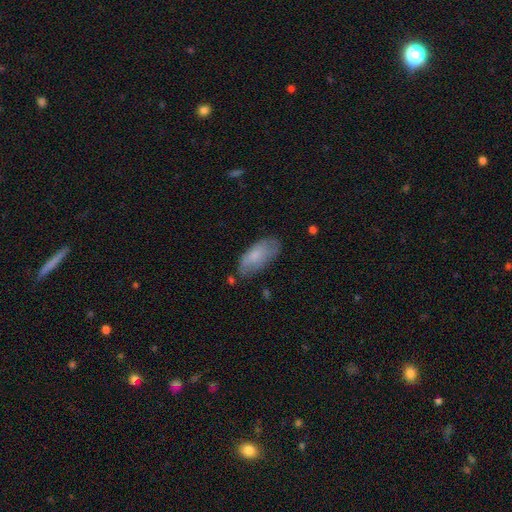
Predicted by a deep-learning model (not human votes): smooth-or-featured: smooth: 75% | featured or disk: 18% | star or artifact: 6%
  how-rounded: in between: 87% | cigar-shaped: 11% | round: 2%
  merging: none: 67% | minor disturbance: 24% | major disturbance: 6% | merger: 3%